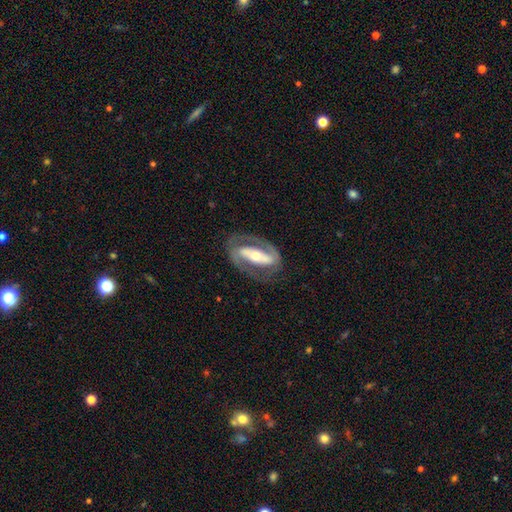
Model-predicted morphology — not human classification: Smooth or featured? featured or disk (82%)
Edge-on disk? no (90%)
Bar? strong (62%)
Spiral arms? yes (78%)
Spiral winding? medium (42%)
Spiral arm count? 2 (82%)
Bulge size? moderate (57%)
Merging? none (76%)